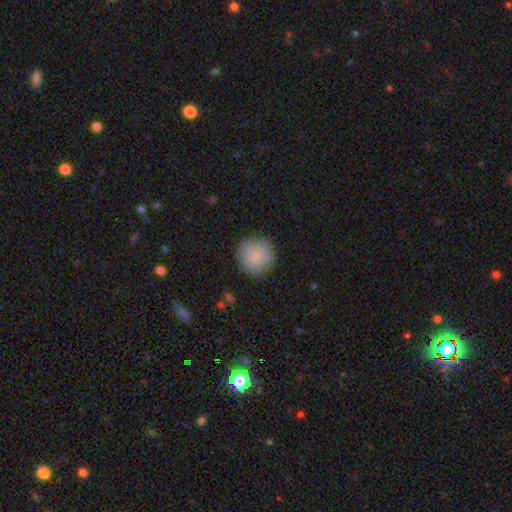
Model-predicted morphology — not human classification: A smooth galaxy with no disk features (82%) that is round (94%). Merging: none (85%).